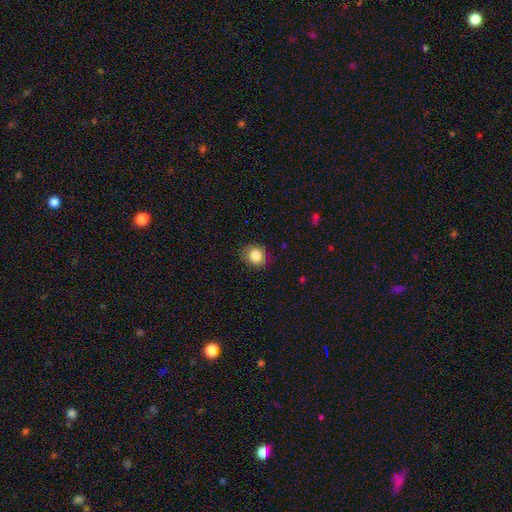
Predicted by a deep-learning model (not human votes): smooth 85%, star or artifact 10%, featured or disk 5%. Down the decision tree: how rounded — round (74%); merging — none (83%).